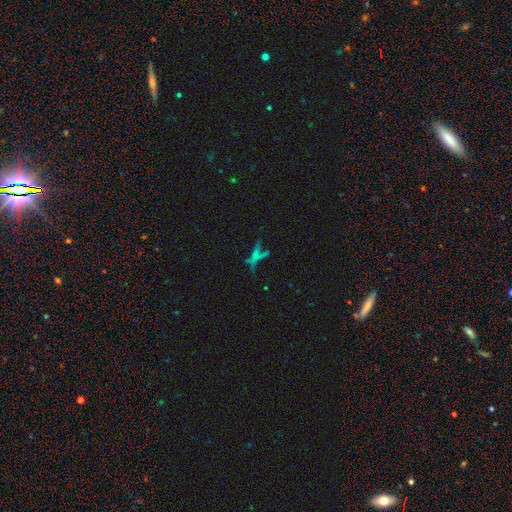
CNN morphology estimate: Smooth or featured?
  - featured or disk: 40% *
  - smooth: 33%
  - star or artifact: 27%
Merging?
  - none: 51% *
  - merger: 24%
  - minor disturbance: 13%
  - major disturbance: 13%